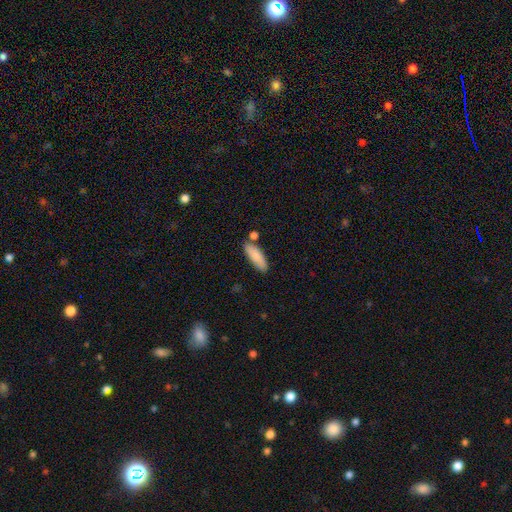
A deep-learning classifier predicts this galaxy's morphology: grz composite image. It shows a smooth galaxy with no disk features (86%) that is in between round and cigar-shaped (61%). Merging: none (73%).